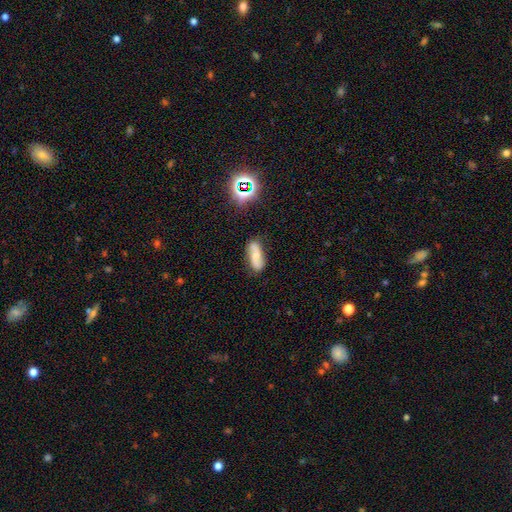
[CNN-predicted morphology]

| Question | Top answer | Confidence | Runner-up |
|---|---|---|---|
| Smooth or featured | featured or disk | 45% | smooth (44%) |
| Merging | none | 74% | minor disturbance (18%) |